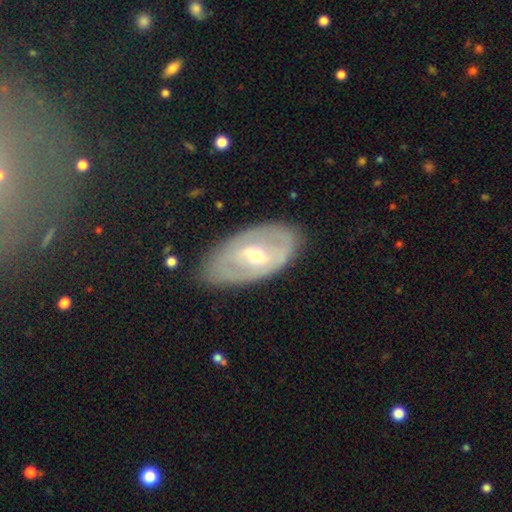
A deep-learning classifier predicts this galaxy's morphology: This appears to be a featured or disk galaxy (70%) with a weak bar (43%), no spiral arms (53%) and a moderate central bulge (63%). Merging: none (77%).